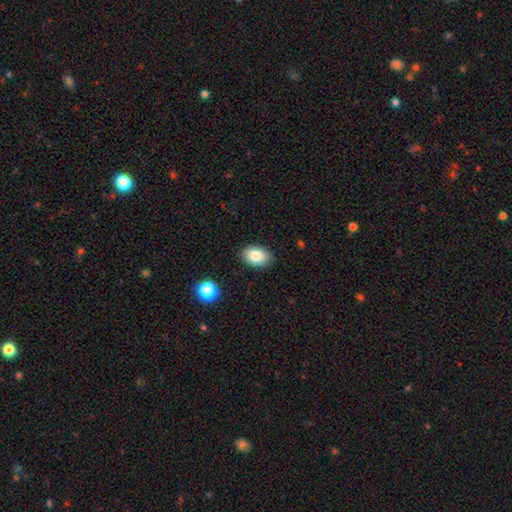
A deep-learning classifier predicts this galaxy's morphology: smooth_or_featured: smooth (p=0.86) [alt: star or artifact p=0.08]
how_rounded: in between (p=0.86) [alt: round p=0.12]
merging: none (p=0.86) [alt: minor disturbance p=0.10]